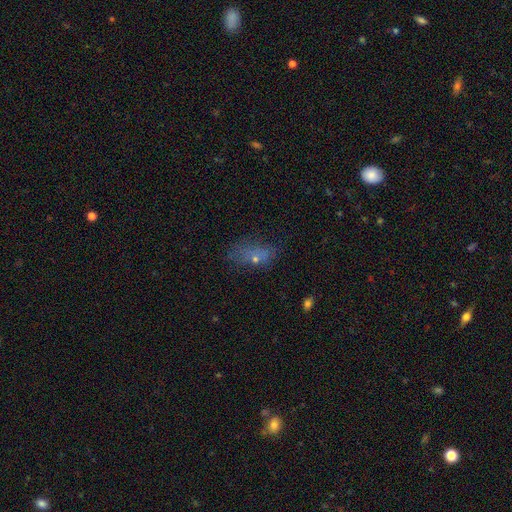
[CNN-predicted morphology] A smooth galaxy with no disk features (60%) that is in between round and cigar-shaped (81%).

Vote fractions:
- Smooth or featured? smooth: 60% / featured or disk: 23% / star or artifact: 17%
- How rounded? in between: 81% / round: 11% / cigar-shaped: 8%
- Merging? none: 46% / minor disturbance: 27% / major disturbance: 22% / merger: 5%